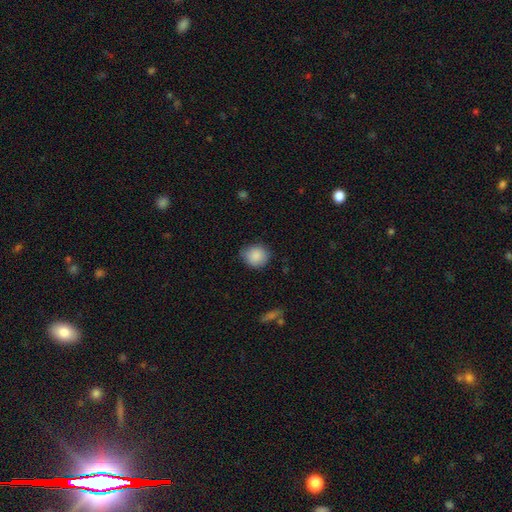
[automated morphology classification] A smooth galaxy with no disk features (88%) that is round (80%).

Vote fractions:
- Smooth or featured? smooth: 88% / star or artifact: 8% / featured or disk: 4%
- How rounded? round: 80% / in between: 19% / cigar-shaped: 1%
- Merging? none: 75% / minor disturbance: 20% / major disturbance: 4% / merger: 1%